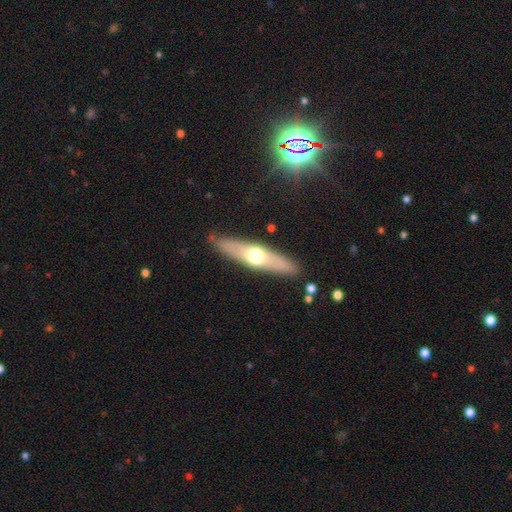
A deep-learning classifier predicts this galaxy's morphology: Smooth or featured?
  - featured or disk: 48% *
  - smooth: 46%
  - star or artifact: 6%
Merging?
  - none: 86% *
  - minor disturbance: 10%
  - major disturbance: 3%
  - merger: 2%